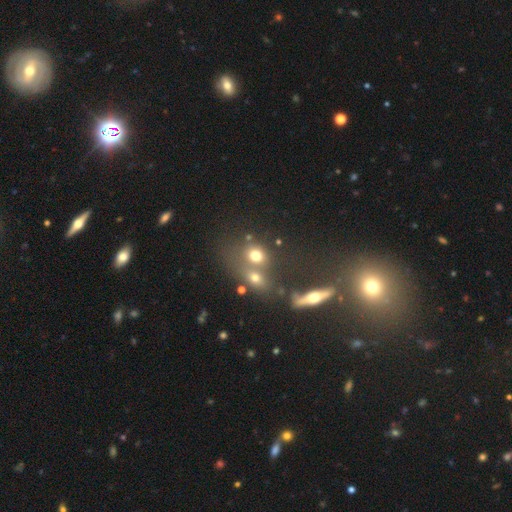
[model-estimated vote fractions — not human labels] Smooth or featured? smooth (67%)
How rounded? round (63%)
Merging? merger (44%)